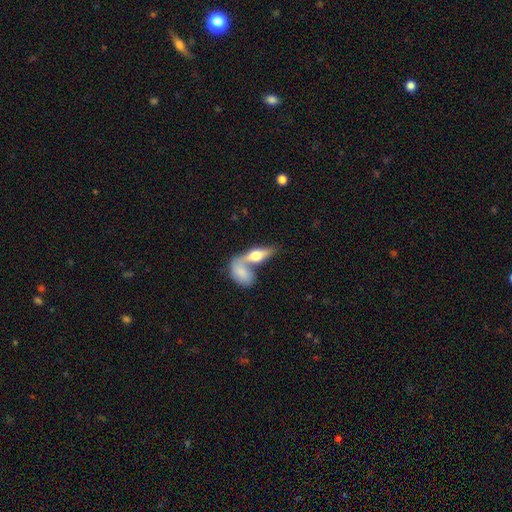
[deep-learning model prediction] Overall: smooth (59%; featured or disk 35%). How rounded: in between (66%; cigar-shaped 29%). Merging: merger (60%; none 28%).